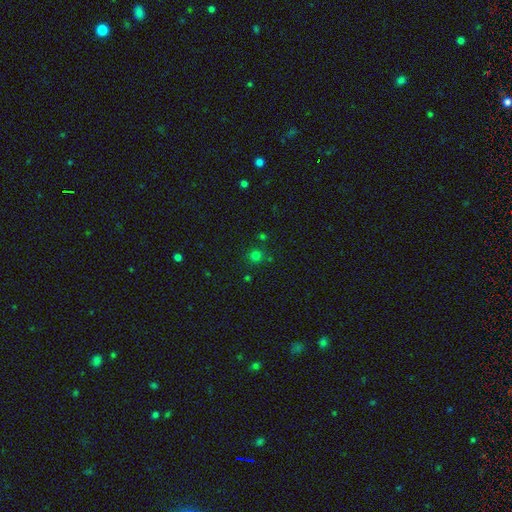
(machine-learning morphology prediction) Q: Smooth or featured?
A: smooth (71%); runner-up: star or artifact (24%)
Q: How rounded?
A: round (93%); runner-up: in between (6%)
Q: Merging?
A: none (81%); runner-up: minor disturbance (9%)